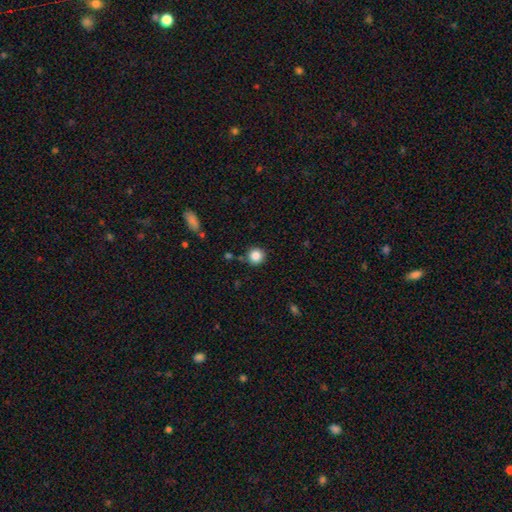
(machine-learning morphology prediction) Overall: smooth (85%). How rounded: round (94%). Merging: none (87%).